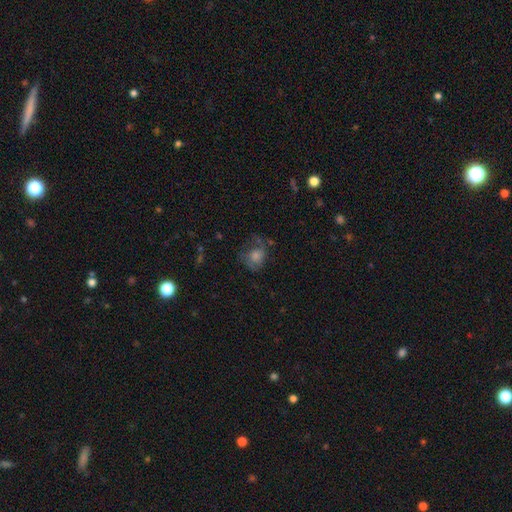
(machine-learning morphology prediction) A smooth galaxy with no disk features (53%) that is round (65%). Merging: none (52%).